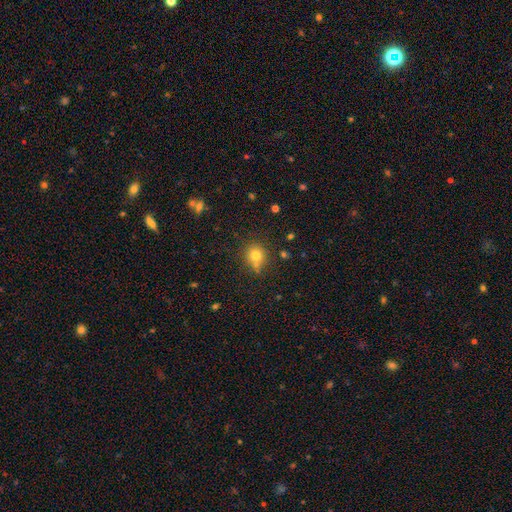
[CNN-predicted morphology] Smooth or featured?
  - smooth: 75% *
  - star or artifact: 16%
  - featured or disk: 9%
How rounded?
  - round: 87% *
  - in between: 12%
  - cigar-shaped: 1%
Merging?
  - none: 67% *
  - merger: 16%
  - minor disturbance: 13%
  - major disturbance: 4%